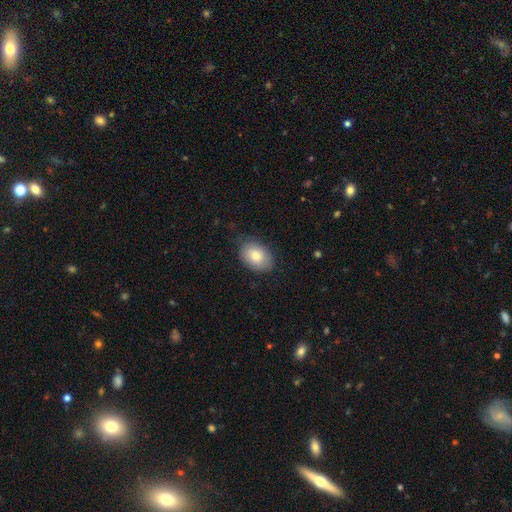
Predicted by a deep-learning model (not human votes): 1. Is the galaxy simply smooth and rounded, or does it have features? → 82% smooth, 12% featured or disk, 7% star or artifact.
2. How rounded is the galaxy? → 81% in between, 18% round, 1% cigar-shaped.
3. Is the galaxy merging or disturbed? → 76% none, 19% minor disturbance, 4% major disturbance, 1% merger.